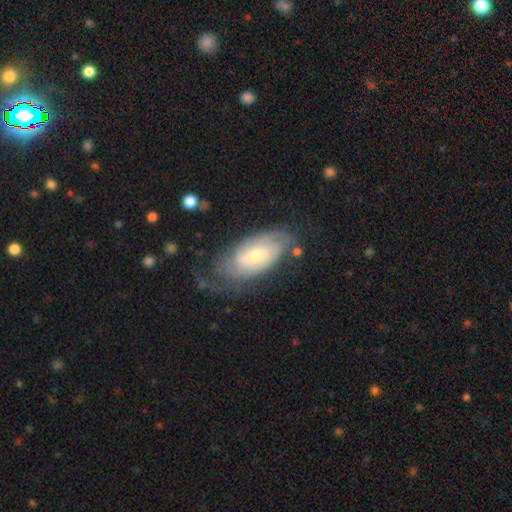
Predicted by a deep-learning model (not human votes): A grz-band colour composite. It shows a featured or disk galaxy (73%) with no bar (46%), tight (57%) spiral arms (89%) and a moderate central bulge (49%). Merging: none (54%).